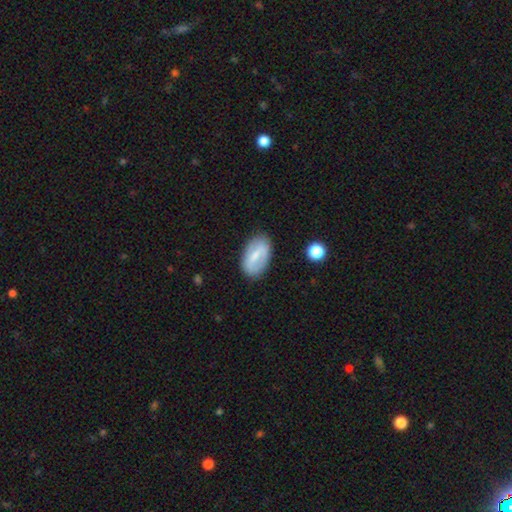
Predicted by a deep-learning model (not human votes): Overall: smooth (49%; featured or disk 44%). Merging: none (80%).